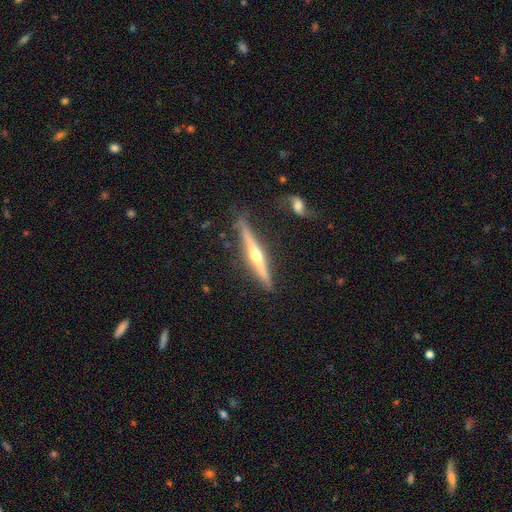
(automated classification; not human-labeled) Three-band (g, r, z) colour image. It shows a featured or disk galaxy (78%) viewed edge-on (97%) with a rounded central bulge (91%). Merging: none (82%).